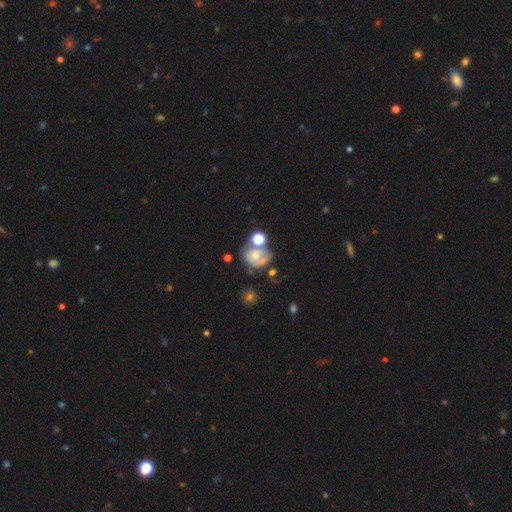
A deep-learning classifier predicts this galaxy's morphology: Overall: smooth (47%; featured or disk 40%). Merging: none (35%; merger 29%).